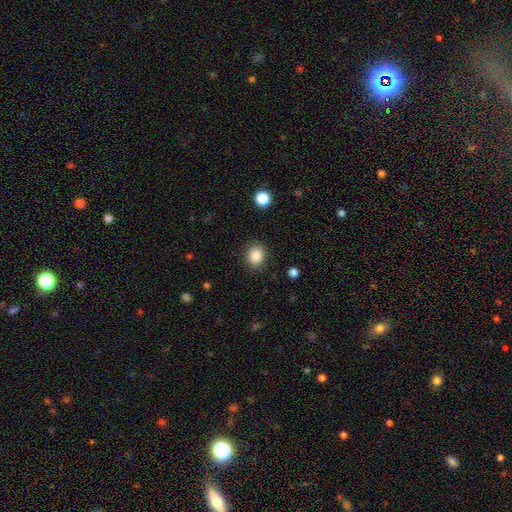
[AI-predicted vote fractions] smooth_or_featured: smooth (p=0.86) [alt: star or artifact p=0.09]
how_rounded: round (p=0.70) [alt: in between p=0.29]
merging: none (p=0.88) [alt: minor disturbance p=0.08]